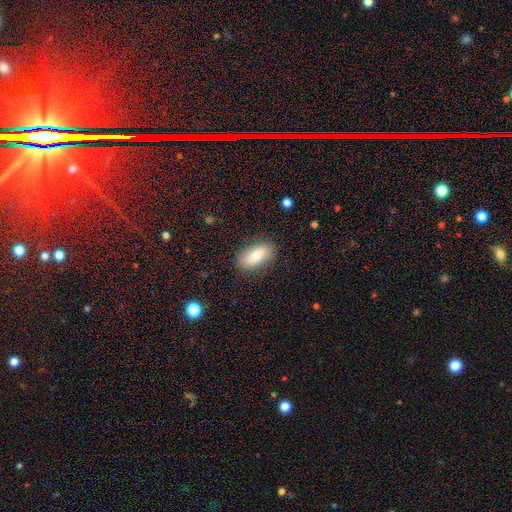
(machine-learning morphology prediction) This is likely a smooth galaxy (70%). How rounded: clearly in between (85%). Merging: clearly none (85%).